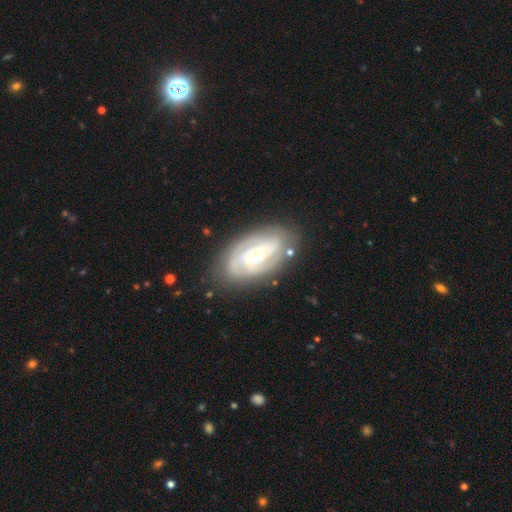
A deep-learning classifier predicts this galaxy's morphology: This is clearly a featured or disk galaxy (83%). It is clearly not viewed edge-on (95%). Bar: marginally weak (43%). Spiral arm pattern: clearly yes (94%). Spiral arm count: possibly 2 (52%). Spiral winding: likely tight (66%). Central bulge: marginally moderate (44%). Merging: likely none (77%).